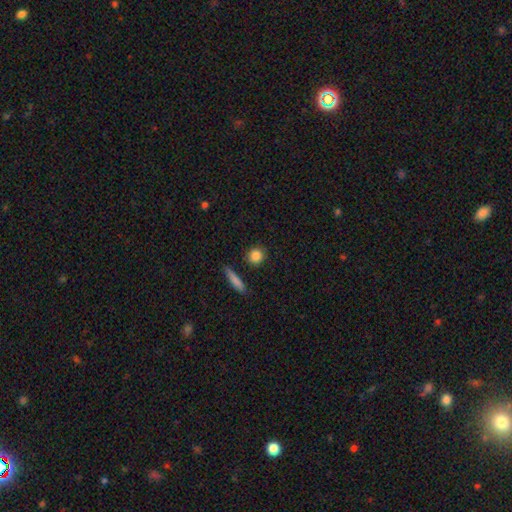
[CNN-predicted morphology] Smooth or featured? Predicted: smooth (p=0.85). How rounded? Predicted: round (p=0.83). Merging? Predicted: none (p=0.87).